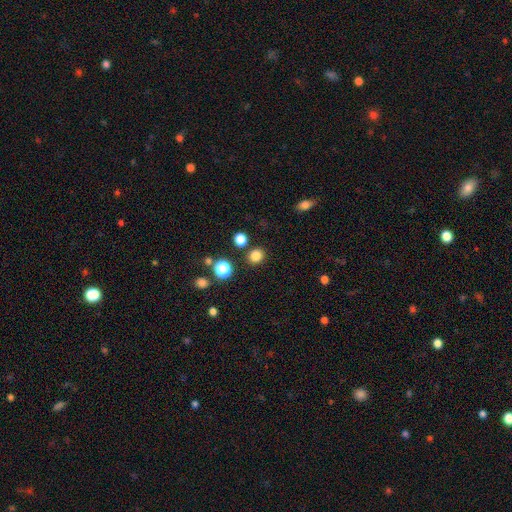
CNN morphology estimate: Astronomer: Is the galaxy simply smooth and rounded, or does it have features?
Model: smooth — 82%.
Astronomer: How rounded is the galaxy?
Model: round — 83%.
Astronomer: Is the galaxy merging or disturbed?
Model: none — 86%.